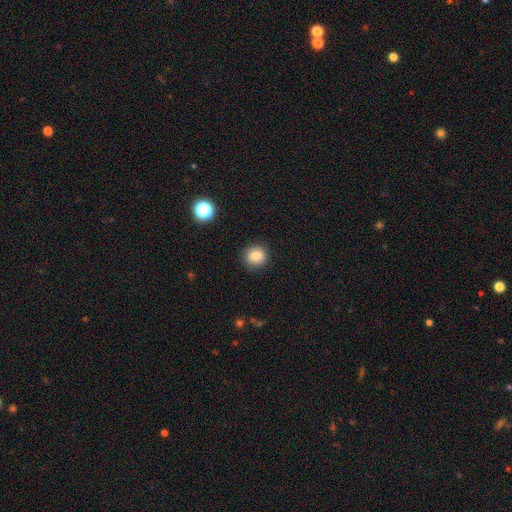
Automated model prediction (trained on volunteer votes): A smooth galaxy with no disk features (82%) that is round (87%). Merging: none (89%).